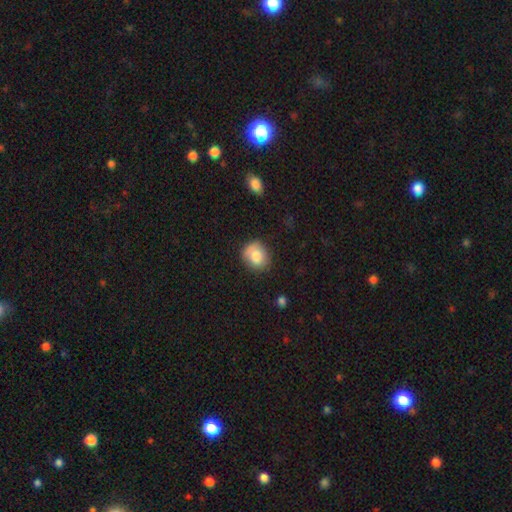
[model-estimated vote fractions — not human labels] This appears to be a smooth galaxy with no disk features (81%) that is round (71%). Merging: none (67%).